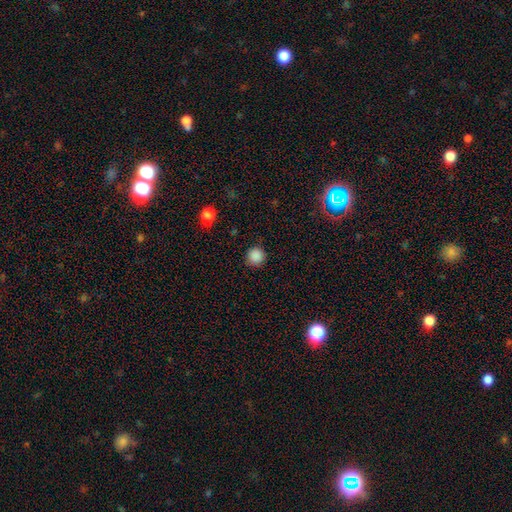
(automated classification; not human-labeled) This is clearly a smooth galaxy (87%). How rounded: clearly round (95%). Merging: clearly none (89%).